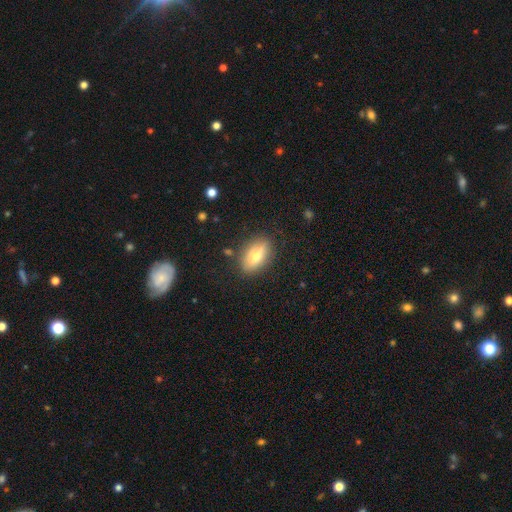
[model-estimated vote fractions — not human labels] The model was most divided on "smooth or featured": smooth: 60%, featured or disk: 32%, star or artifact: 8%. More confident: merging — none (83%); how rounded — in between (83%).